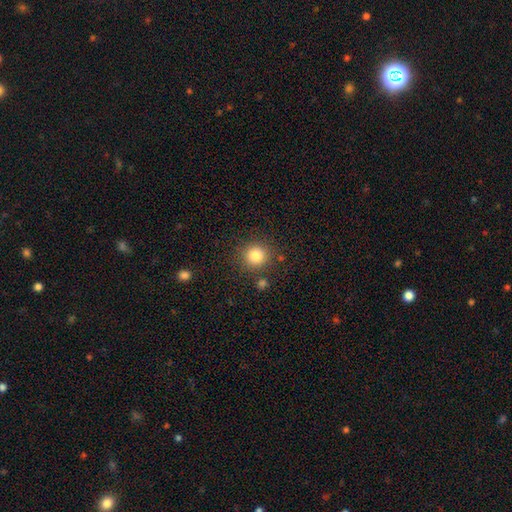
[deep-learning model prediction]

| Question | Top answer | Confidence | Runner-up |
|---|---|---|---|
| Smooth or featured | smooth | 82% | star or artifact (11%) |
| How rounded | round | 92% | in between (7%) |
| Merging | none | 85% | minor disturbance (8%) |